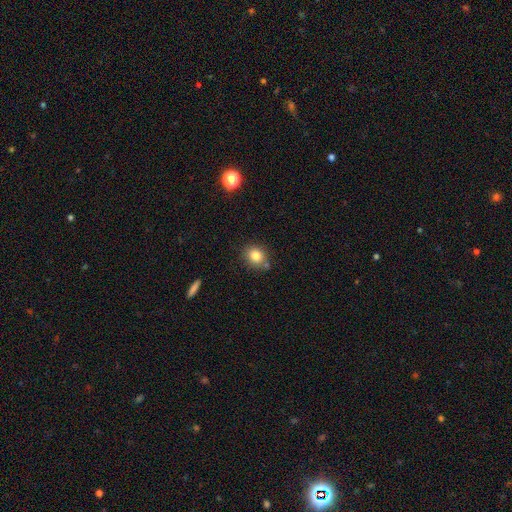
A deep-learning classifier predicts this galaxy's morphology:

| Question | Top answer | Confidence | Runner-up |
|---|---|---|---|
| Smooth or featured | smooth | 82% | star or artifact (11%) |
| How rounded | round | 71% | in between (28%) |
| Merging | none | 76% | minor disturbance (13%) |